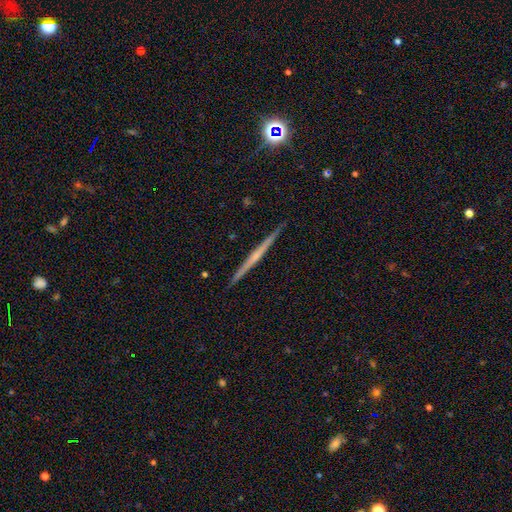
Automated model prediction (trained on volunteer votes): Smooth or featured? featured or disk (68%)
Edge-on disk? yes (98%)
Edge-on bulge? none (64%)
Merging? none (92%)